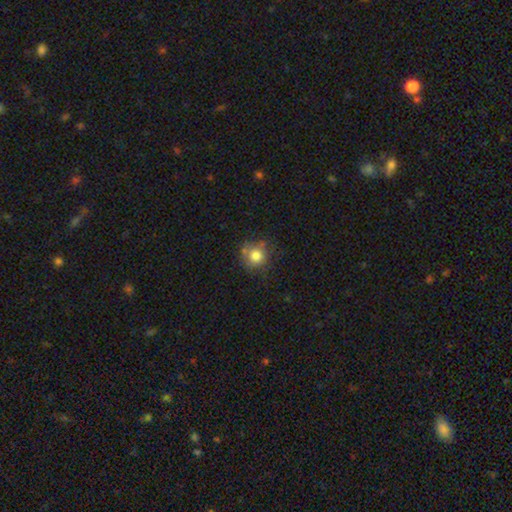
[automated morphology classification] Overall: smooth (79%). How rounded: round (90%). Merging: none (71%).